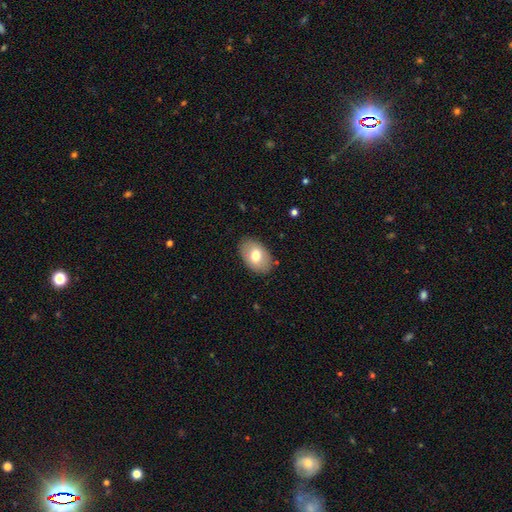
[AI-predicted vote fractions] This appears to be a smooth galaxy with no disk features (70%) that is in between round and cigar-shaped (89%). Merging: none (85%).